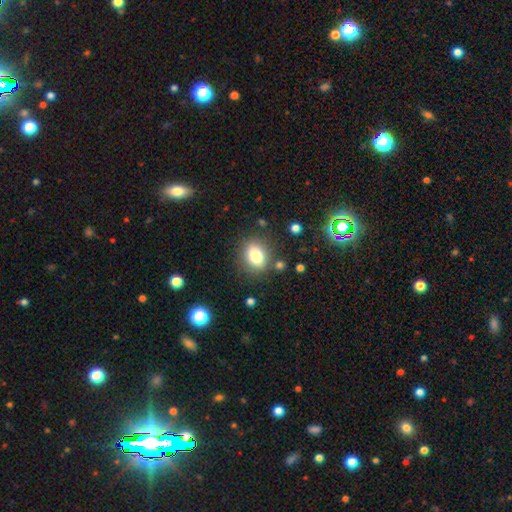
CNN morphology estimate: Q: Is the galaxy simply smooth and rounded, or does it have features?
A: smooth — 78%.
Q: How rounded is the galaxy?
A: in between — 55%.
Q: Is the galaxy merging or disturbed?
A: none — 82%.